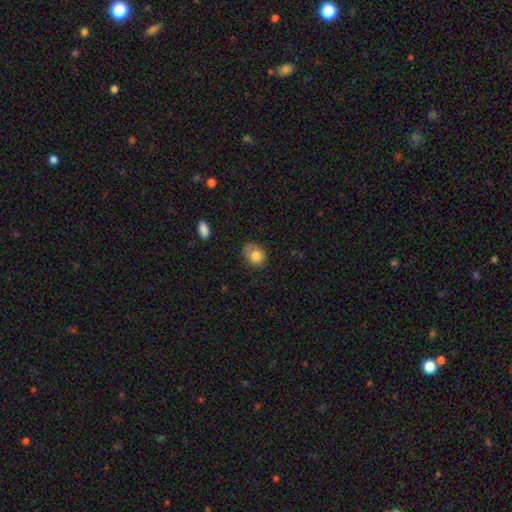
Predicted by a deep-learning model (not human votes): Q: Smooth or featured?
A: smooth (80%); runner-up: featured or disk (12%)
Q: How rounded?
A: in between (56%); runner-up: round (43%)
Q: Merging?
A: none (57%); runner-up: minor disturbance (31%)